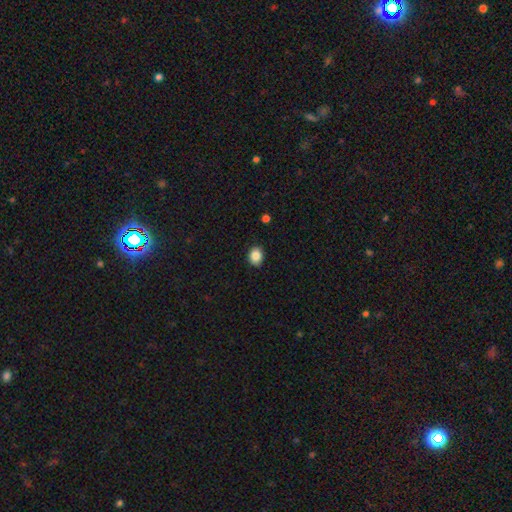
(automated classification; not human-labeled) This appears to be a smooth galaxy with no disk features (87%) that is in between round and cigar-shaped (51%). Merging: none (89%).